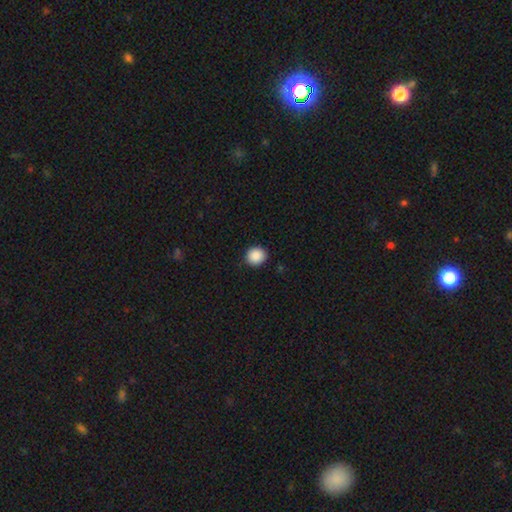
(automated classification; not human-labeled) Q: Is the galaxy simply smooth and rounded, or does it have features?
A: smooth — 89%.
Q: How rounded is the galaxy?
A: round — 86%.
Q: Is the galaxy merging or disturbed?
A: none — 90%.